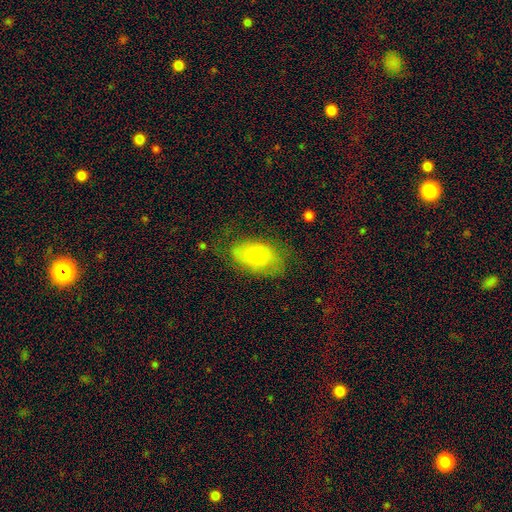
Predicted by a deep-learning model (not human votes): A smooth galaxy with no disk features (69%) that is in between round and cigar-shaped (92%). Merging: none (64%).